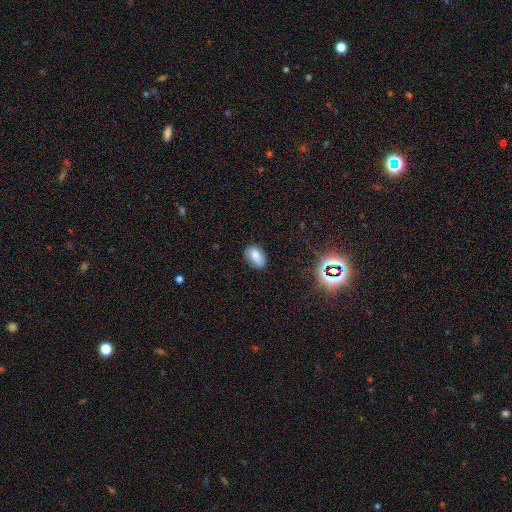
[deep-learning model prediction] The model was most divided on "smooth or featured": smooth: 74%, featured or disk: 15%, star or artifact: 11%. More confident: how rounded — in between (84%); merging — none (77%).